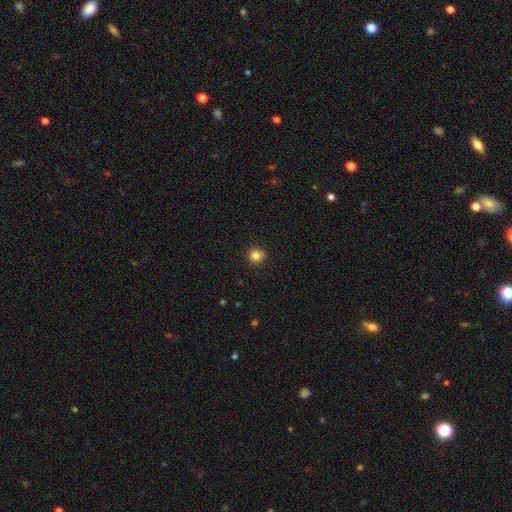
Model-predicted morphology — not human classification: type=smooth (83%); roundness=round (90%); merging=none (87%).